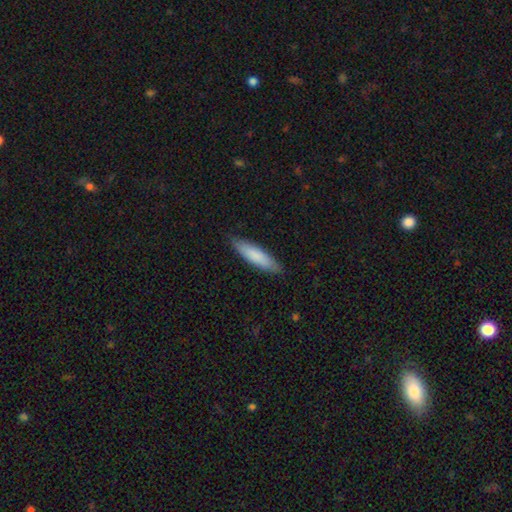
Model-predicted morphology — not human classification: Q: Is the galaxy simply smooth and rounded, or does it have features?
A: smooth — 82%.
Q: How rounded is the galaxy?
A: cigar-shaped — 72%.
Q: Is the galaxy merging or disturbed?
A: none — 86%.